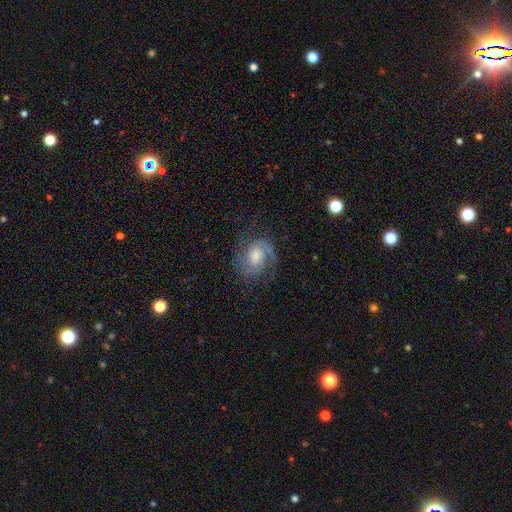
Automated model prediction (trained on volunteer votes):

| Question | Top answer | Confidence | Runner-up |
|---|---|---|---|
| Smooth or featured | featured or disk | 84% | smooth (10%) |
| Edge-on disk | no | 98% | yes (2%) |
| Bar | no | 50% | weak (42%) |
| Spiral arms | yes | 97% | no (3%) |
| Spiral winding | medium | 49% | tight (39%) |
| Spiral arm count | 2 | 84% | can't tell (6%) |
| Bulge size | moderate | 47% | small (23%) |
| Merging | none | 74% | minor disturbance (15%) |